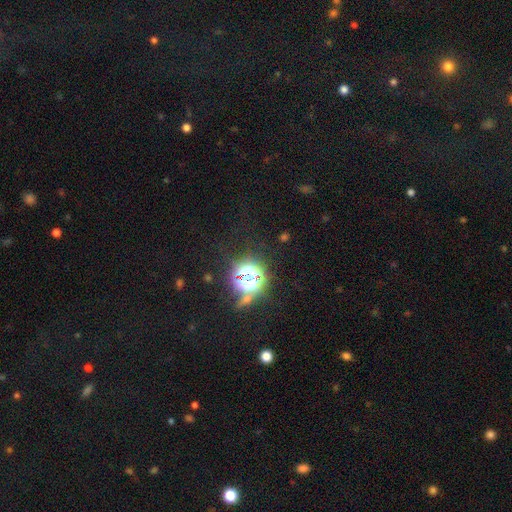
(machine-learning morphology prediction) Smooth or featured: star or artifact — 69% (smooth — 24%)